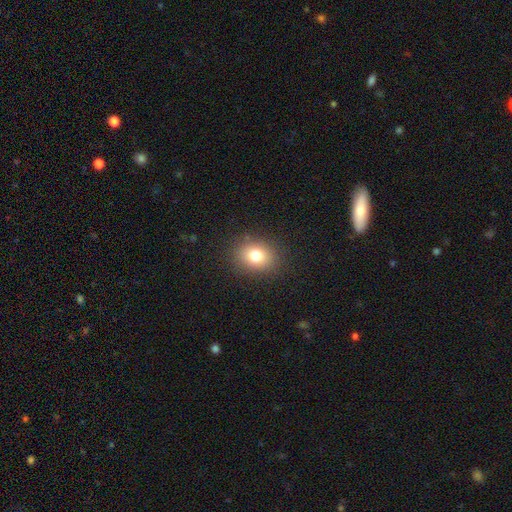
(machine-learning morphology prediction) A smooth galaxy with no disk features (78%) that is round (54%). Merging: none (87%).